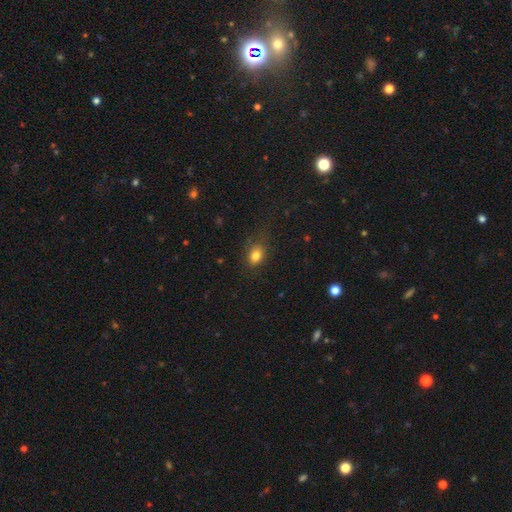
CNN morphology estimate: Smooth or featured? Predicted: smooth (p=0.82). How rounded? Predicted: in between (p=0.70). Merging? Predicted: none (p=0.72).